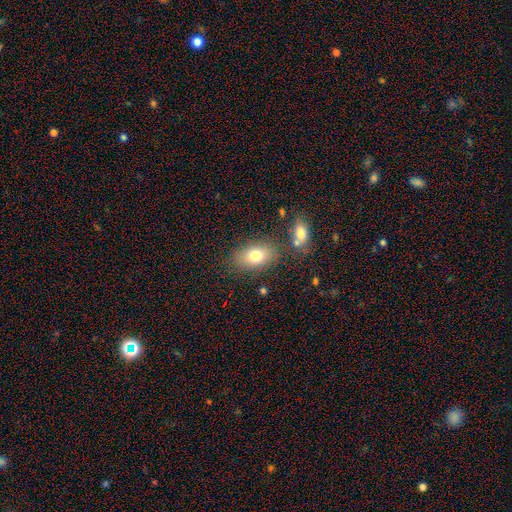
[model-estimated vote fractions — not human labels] A smooth galaxy with no disk features (77%) that is in between round and cigar-shaped (87%).

Vote fractions:
- Smooth or featured? smooth: 77% / featured or disk: 14% / star or artifact: 9%
- How rounded? in between: 87% / round: 11% / cigar-shaped: 2%
- Merging? none: 77% / minor disturbance: 12% / merger: 6% / major disturbance: 4%